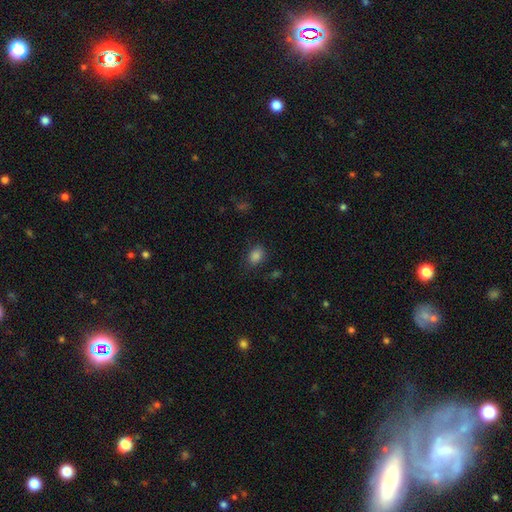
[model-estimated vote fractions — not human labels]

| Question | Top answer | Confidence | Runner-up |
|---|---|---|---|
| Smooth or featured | smooth | 84% | star or artifact (11%) |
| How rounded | in between | 72% | round (27%) |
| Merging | none | 79% | minor disturbance (15%) |